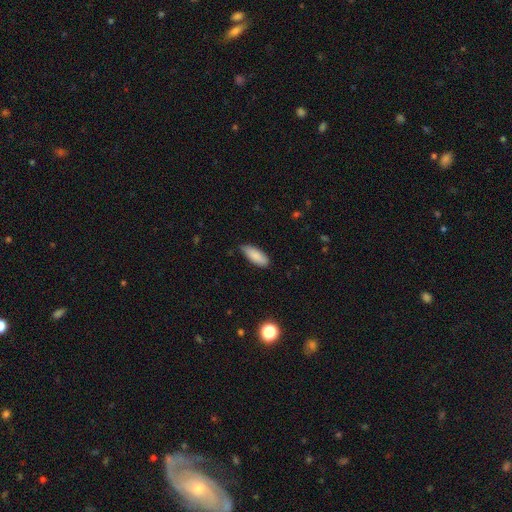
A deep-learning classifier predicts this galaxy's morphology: type=smooth (86%); roundness=in between (73%); merging=none (72%).